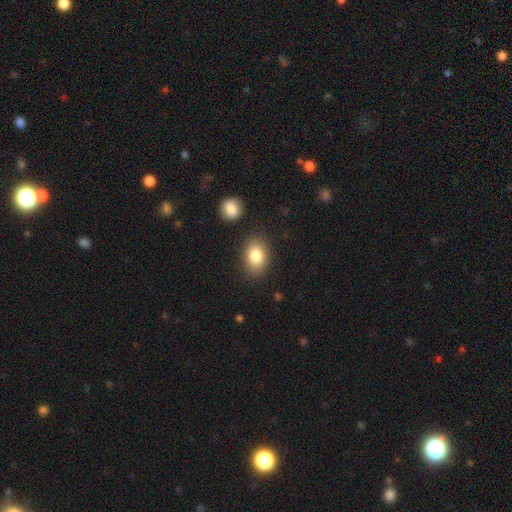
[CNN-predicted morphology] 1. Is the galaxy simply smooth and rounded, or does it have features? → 83% smooth, 9% featured or disk, 8% star or artifact.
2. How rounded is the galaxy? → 79% in between, 20% round, 1% cigar-shaped.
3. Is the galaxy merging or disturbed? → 84% none, 10% minor disturbance, 4% merger, 3% major disturbance.